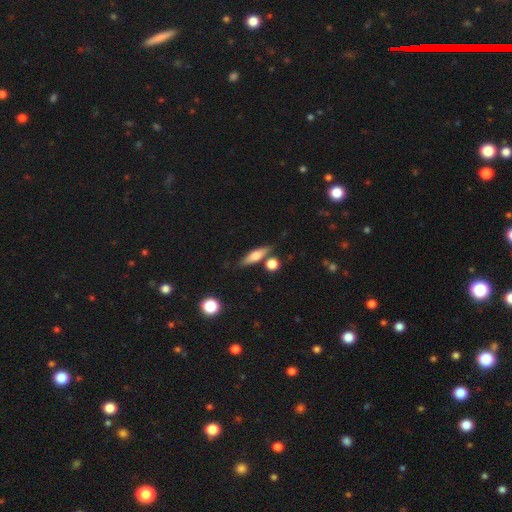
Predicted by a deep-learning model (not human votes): The model was most divided on "smooth or featured": smooth: 56%, featured or disk: 36%, star or artifact: 8%. More confident: merging — none (75%); how rounded — cigar-shaped (60%).